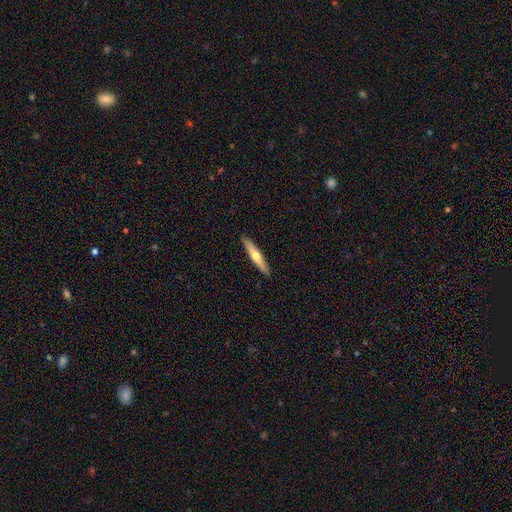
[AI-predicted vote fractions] smooth-or-featured: featured or disk: 48% | smooth: 46% | star or artifact: 5%
  merging: none: 91% | minor disturbance: 6% | major disturbance: 1% | merger: 1%